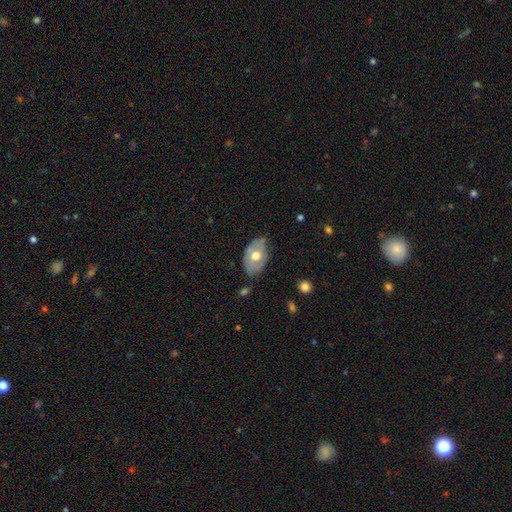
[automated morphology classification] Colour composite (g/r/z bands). It shows a smooth galaxy with no disk features (49%). Merging: none (65%).